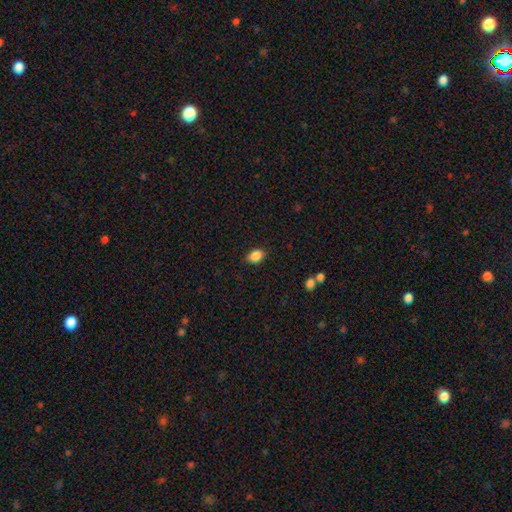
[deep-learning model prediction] Morphology: type=smooth (87%); roundness=in between (79%); merging=none (87%).